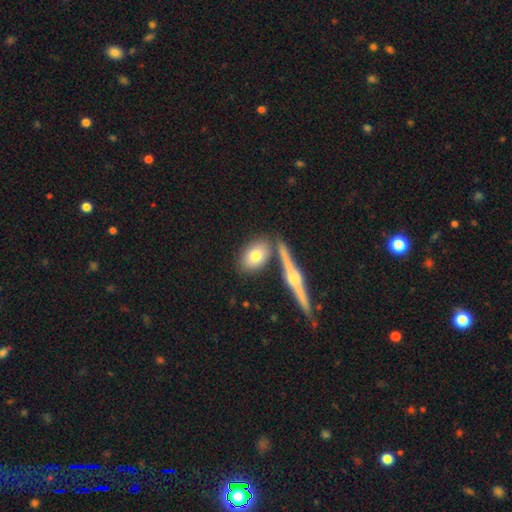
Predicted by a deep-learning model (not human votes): The model was most divided on "smooth or featured": smooth: 72%, featured or disk: 22%, star or artifact: 6%. More confident: how rounded — in between (78%); merging — none (69%).